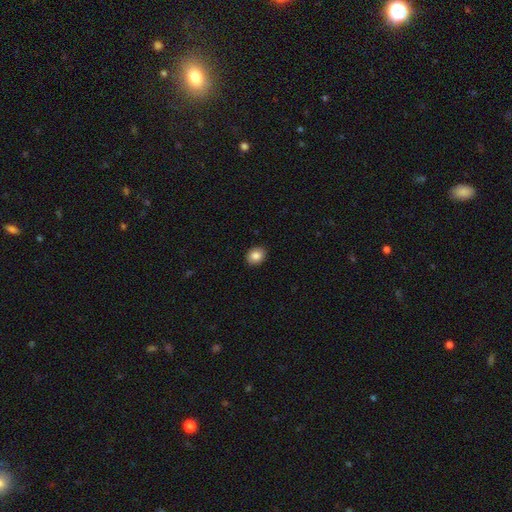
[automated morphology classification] smooth_or_featured: smooth (p=0.86) [alt: star or artifact p=0.09]
how_rounded: round (p=0.61) [alt: in between p=0.38]
merging: none (p=0.91) [alt: minor disturbance p=0.07]